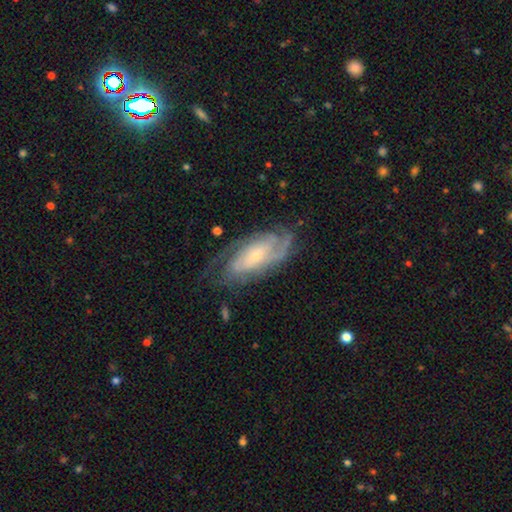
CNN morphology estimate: featured or disk 83%, smooth 12%, star or artifact 5%. Down the decision tree: edge-on disk — no (93%); bar — no (57%); spiral arms — yes (94%); spiral arm count — 2 (32%, tied with can't tell); spiral winding — tight (54%); bulge size — small (69%); merging — none (66%).